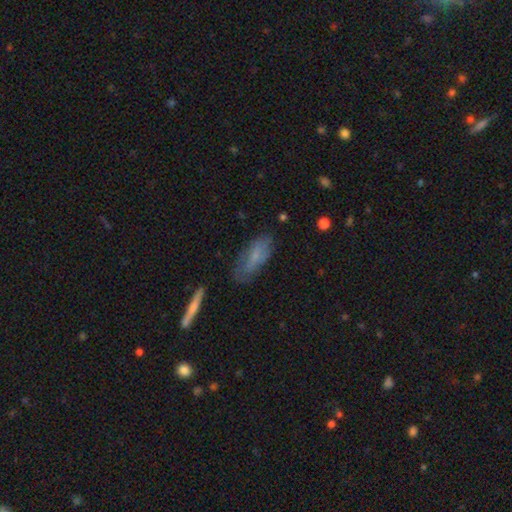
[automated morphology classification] smooth-or-featured: smooth: 61% | featured or disk: 31% | star or artifact: 8%
  how-rounded: in between: 72% | cigar-shaped: 26% | round: 3%
  merging: none: 64% | minor disturbance: 25% | major disturbance: 8% | merger: 2%